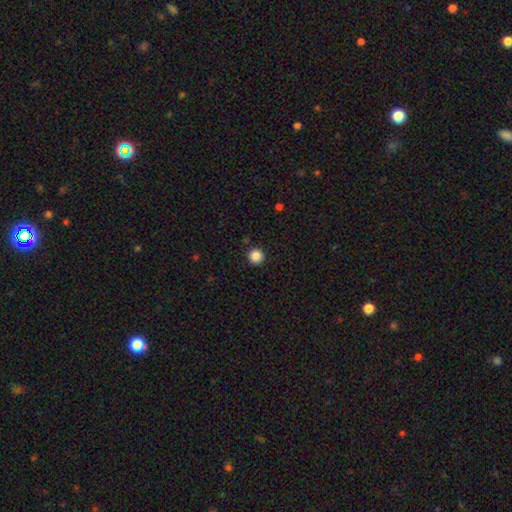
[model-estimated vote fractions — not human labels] A smooth galaxy with no disk features (86%) that is round (96%). Merging: none (92%).